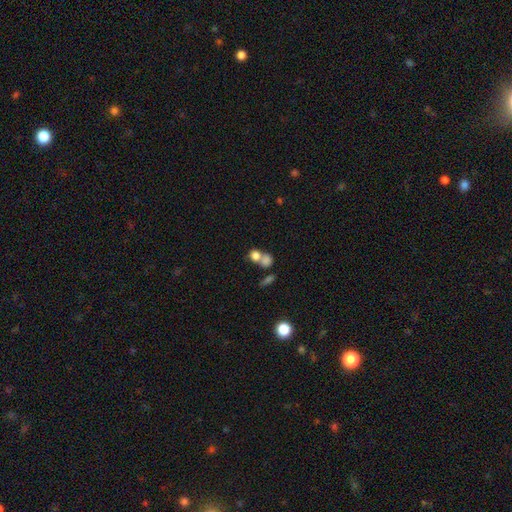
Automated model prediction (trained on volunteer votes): A smooth galaxy with no disk features (76%) that is round (66%).

Vote fractions:
- Smooth or featured? smooth: 76% / featured or disk: 12% / star or artifact: 11%
- How rounded? round: 66% / in between: 33% / cigar-shaped: 2%
- Merging? merger: 56% / none: 30% / minor disturbance: 8% / major disturbance: 6%